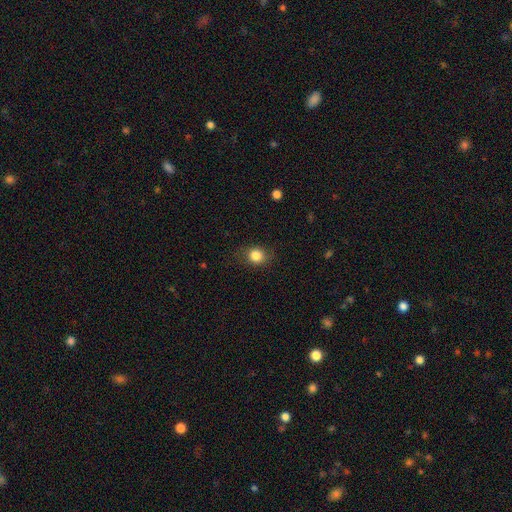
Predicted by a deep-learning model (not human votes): smooth 84%, star or artifact 10%, featured or disk 6%. Down the decision tree: how rounded — round (74%); merging — none (82%).